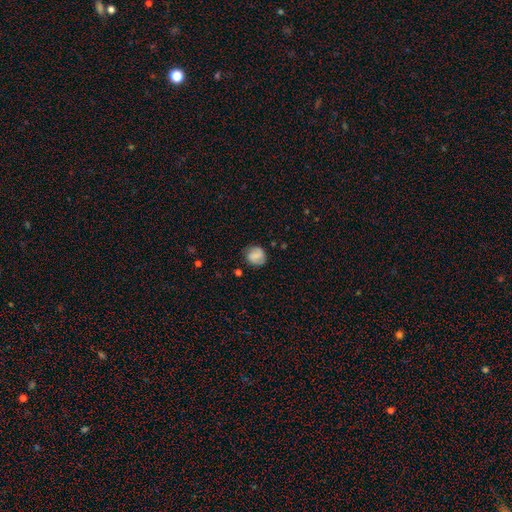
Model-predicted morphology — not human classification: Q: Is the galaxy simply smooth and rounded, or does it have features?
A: smooth — 60%.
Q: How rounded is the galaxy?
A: round — 78%.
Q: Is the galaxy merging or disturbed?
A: none — 75%.